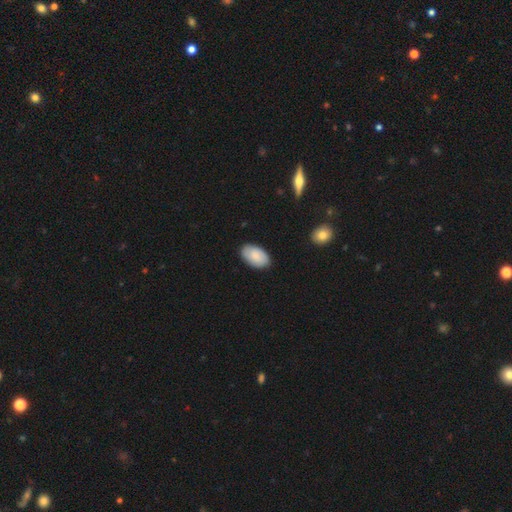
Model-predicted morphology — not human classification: This is clearly a smooth galaxy (82%). How rounded: clearly in between (94%). Merging: clearly none (86%).